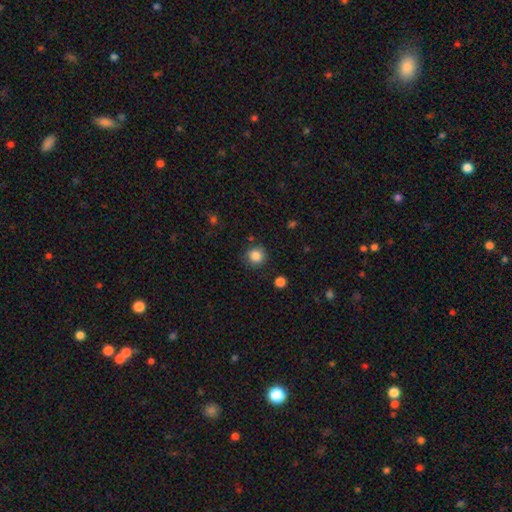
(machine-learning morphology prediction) Smooth or featured: smooth — 85% (star or artifact — 11%)
How rounded: round — 91% (in between — 8%)
Merging: none — 86% (minor disturbance — 9%)